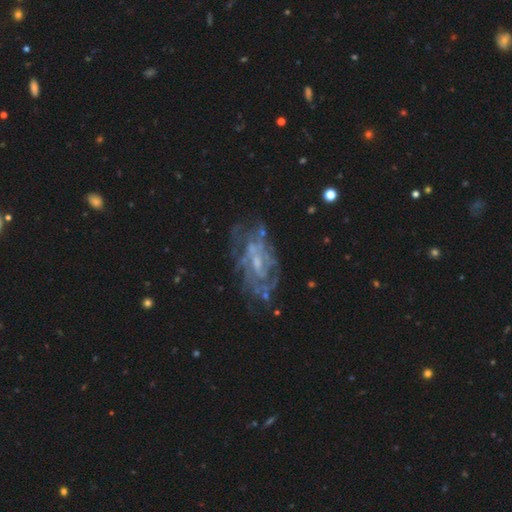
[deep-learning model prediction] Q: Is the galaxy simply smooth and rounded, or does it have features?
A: featured or disk — 73%.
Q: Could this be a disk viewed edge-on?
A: no — 93%.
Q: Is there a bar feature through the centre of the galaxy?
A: no — 45%.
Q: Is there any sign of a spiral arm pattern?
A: yes — 72%.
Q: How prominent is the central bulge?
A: small — 61%.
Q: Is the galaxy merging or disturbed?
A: none — 68%.